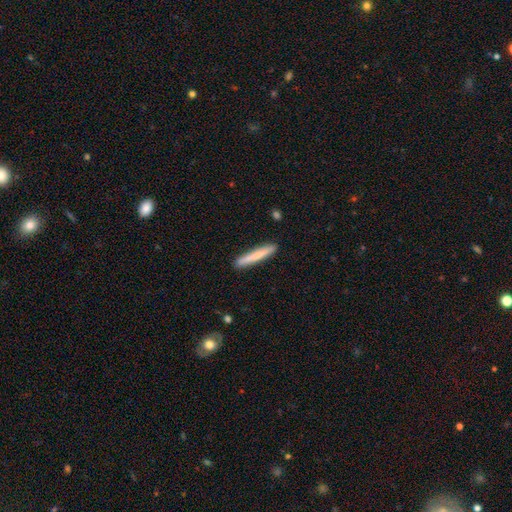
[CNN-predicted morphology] type=smooth (75%); roundness=cigar-shaped (96%); merging=none (91%).